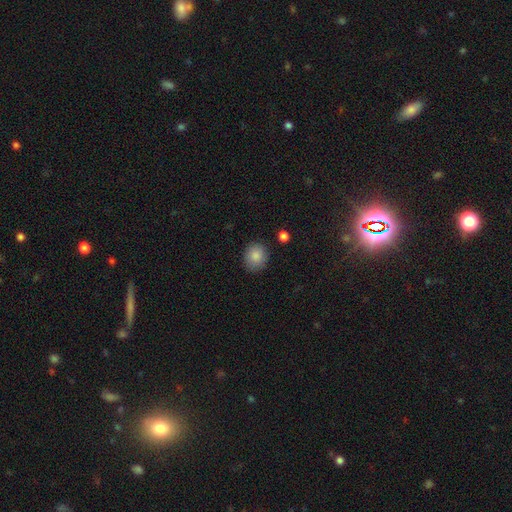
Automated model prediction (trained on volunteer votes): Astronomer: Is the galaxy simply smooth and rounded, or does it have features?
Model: smooth — 87%.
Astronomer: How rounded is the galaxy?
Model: round — 71%.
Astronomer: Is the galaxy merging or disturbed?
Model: none — 85%.